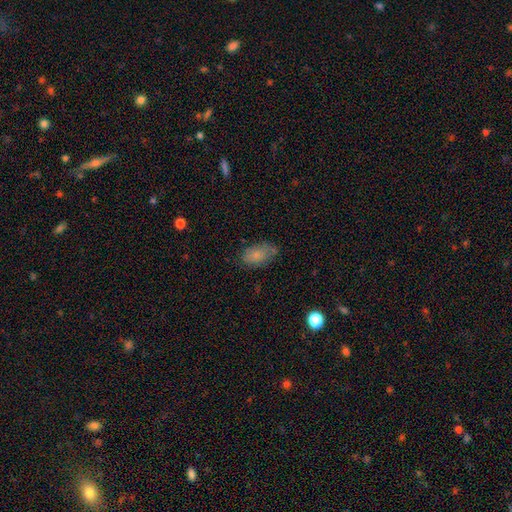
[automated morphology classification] Q: Smooth or featured?
A: smooth (81%); runner-up: featured or disk (11%)
Q: How rounded?
A: in between (92%); runner-up: round (6%)
Q: Merging?
A: none (67%); runner-up: minor disturbance (23%)